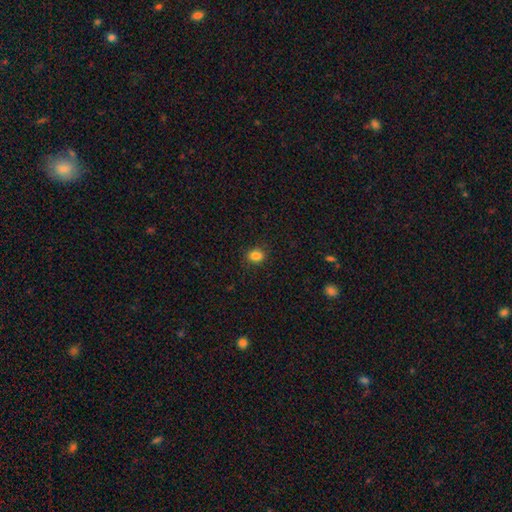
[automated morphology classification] Q: Smooth or featured?
A: smooth (85%); runner-up: star or artifact (11%)
Q: How rounded?
A: round (50%); runner-up: in between (48%)
Q: Merging?
A: none (87%); runner-up: minor disturbance (10%)